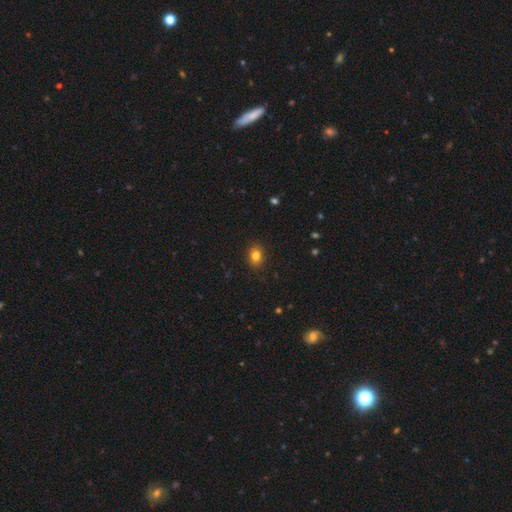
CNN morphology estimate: smooth_or_featured: smooth (p=0.82) [alt: star or artifact p=0.12]
how_rounded: in between (p=0.55) [alt: round p=0.44]
merging: none (p=0.89) [alt: minor disturbance p=0.08]